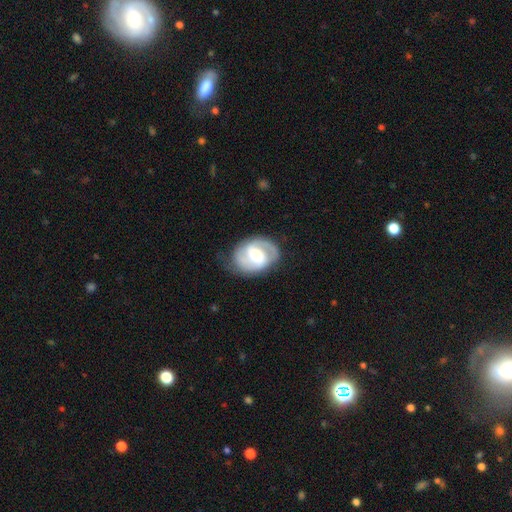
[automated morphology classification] Q: Smooth or featured?
A: featured or disk (76%); runner-up: smooth (18%)
Q: Edge-on disk?
A: no (98%); runner-up: yes (2%)
Q: Bar?
A: weak (48%); runner-up: strong (30%)
Q: Spiral arms?
A: yes (90%); runner-up: no (10%)
Q: Spiral winding?
A: medium (46%); runner-up: tight (39%)
Q: Spiral arm count?
A: 2 (81%); runner-up: can't tell (9%)
Q: Bulge size?
A: moderate (47%); runner-up: small (25%)
Q: Merging?
A: none (67%); runner-up: minor disturbance (22%)